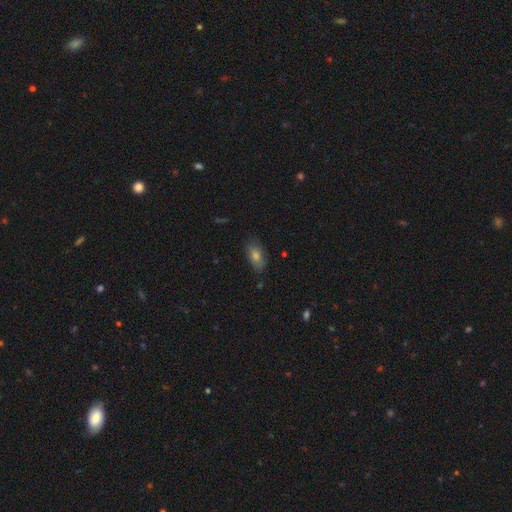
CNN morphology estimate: A smooth galaxy with no disk features (70%) that is in between round and cigar-shaped (86%). Merging: none (83%).